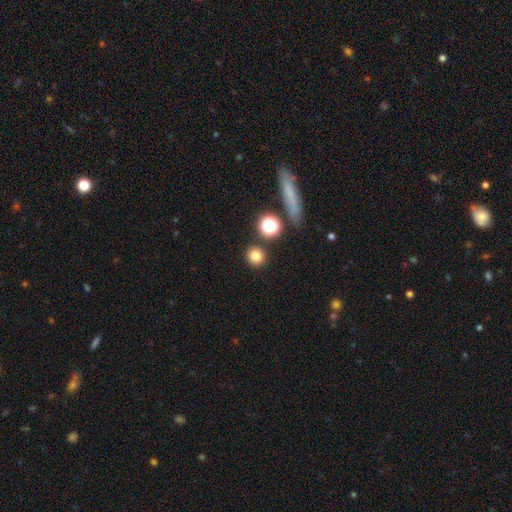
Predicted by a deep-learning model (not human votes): Smooth or featured? Predicted: smooth (p=0.78). How rounded? Predicted: round (p=0.92). Merging? Predicted: none (p=0.86).